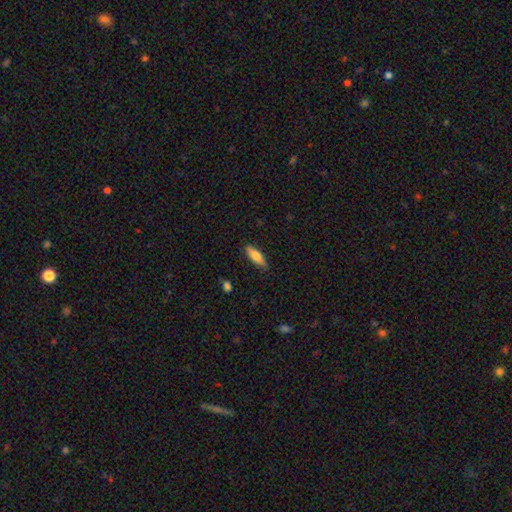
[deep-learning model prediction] Smooth or featured: smooth — 68% (featured or disk — 26%)
How rounded: cigar-shaped — 49% (tied with in between — 49%)
Merging: none — 85% (minor disturbance — 11%)